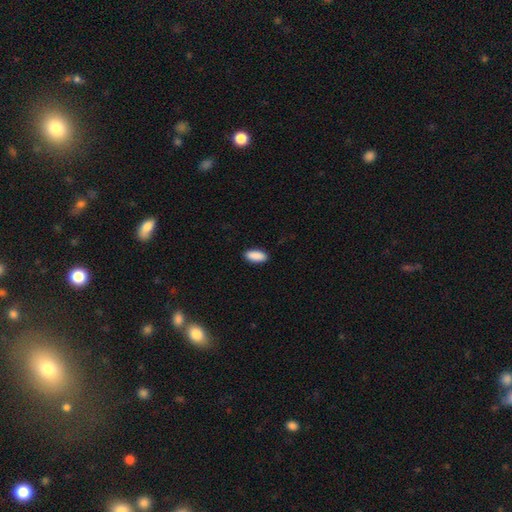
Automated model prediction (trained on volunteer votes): Smooth or featured? Predicted: smooth (p=0.91). How rounded? Predicted: in between (p=0.87). Merging? Predicted: none (p=0.90).